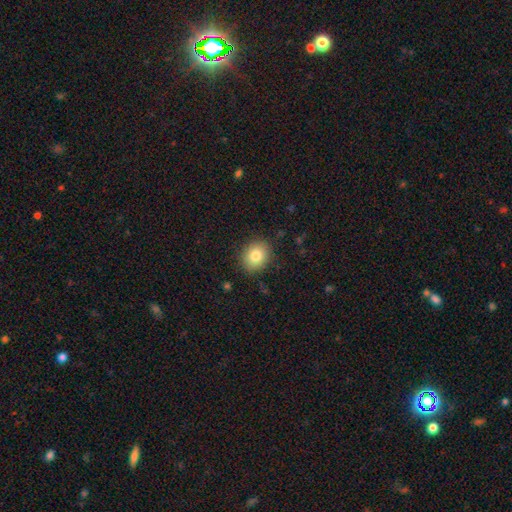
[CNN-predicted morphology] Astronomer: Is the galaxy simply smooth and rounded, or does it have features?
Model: smooth — 83%.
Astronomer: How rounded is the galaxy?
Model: round — 58% (runner-up: in between, 41%).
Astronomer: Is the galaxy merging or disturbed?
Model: none — 87%.